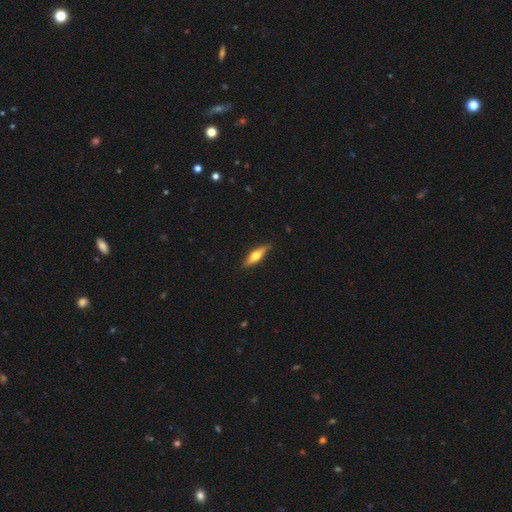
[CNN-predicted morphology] smooth_or_featured: featured or disk (p=0.48) [alt: smooth p=0.46]
merging: none (p=0.85) [alt: minor disturbance p=0.12]